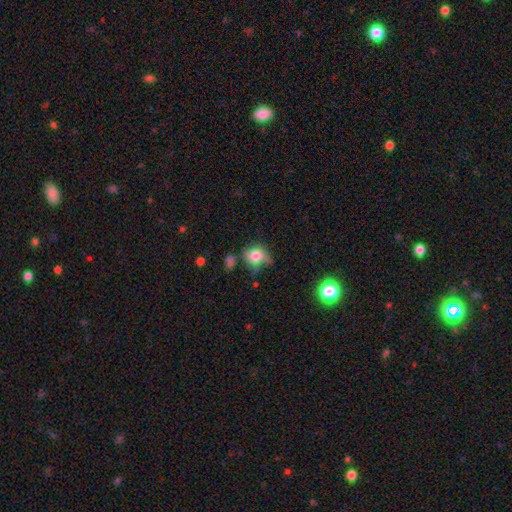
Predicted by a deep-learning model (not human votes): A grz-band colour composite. It shows a smooth galaxy with no disk features (76%) that is round (69%). Merging: none (46%).